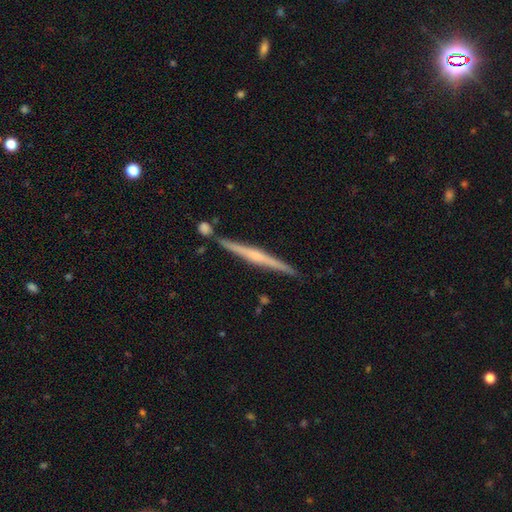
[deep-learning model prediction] smooth-or-featured: featured or disk: 69% | smooth: 25% | star or artifact: 6%
  disk-edge-on: yes: 98% | no: 2%
    edge-on-bulge: rounded: 46% | none: 38% | boxy: 16%
  merging: none: 85% | minor disturbance: 8% | merger: 5% | major disturbance: 2%